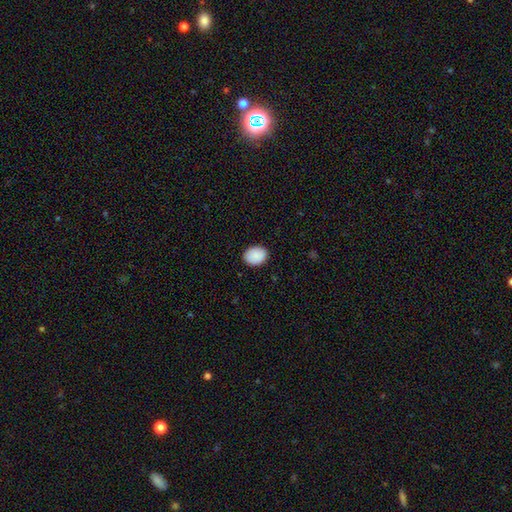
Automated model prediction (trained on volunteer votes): The model was most divided on "how rounded": in between: 61%, round: 38%, cigar-shaped: 1%. More confident: smooth or featured — smooth (90%); merging — none (88%).